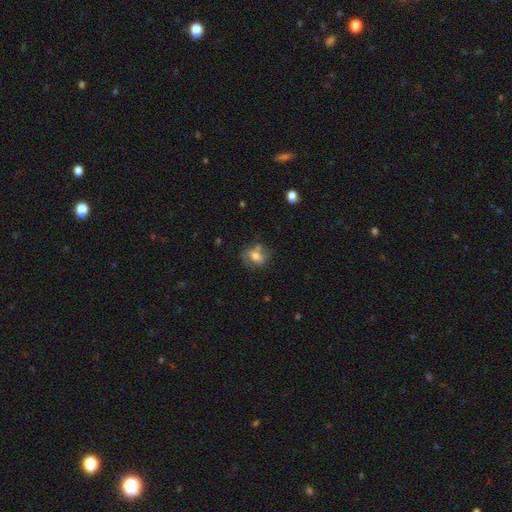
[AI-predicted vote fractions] Smooth or featured? Predicted: smooth (p=0.62). How rounded? Predicted: in between (p=0.59). Merging? Predicted: none (p=0.58).